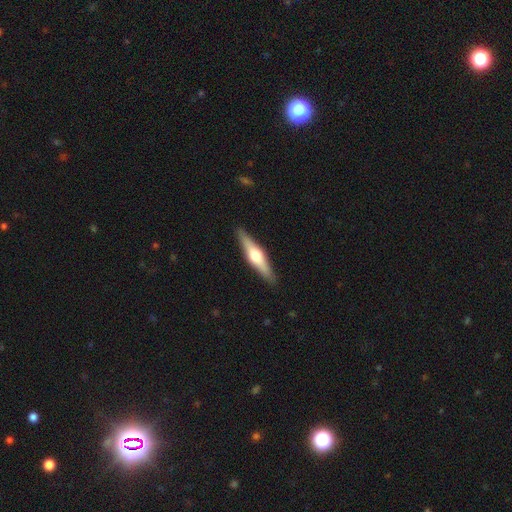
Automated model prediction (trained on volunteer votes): Q: Smooth or featured?
A: featured or disk (59%); runner-up: smooth (36%)
Q: Edge-on disk?
A: yes (95%); runner-up: no (5%)
Q: Edge-on bulge?
A: rounded (92%); runner-up: boxy (5%)
Q: Merging?
A: none (90%); runner-up: minor disturbance (8%)